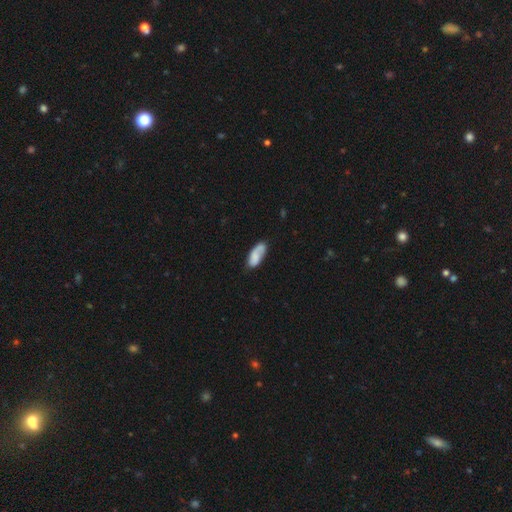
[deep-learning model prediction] Smooth or featured?
  - smooth: 67% *
  - featured or disk: 26%
  - star or artifact: 7%
How rounded?
  - in between: 86% *
  - cigar-shaped: 12%
  - round: 2%
Merging?
  - none: 63% *
  - minor disturbance: 24%
  - major disturbance: 8%
  - merger: 4%